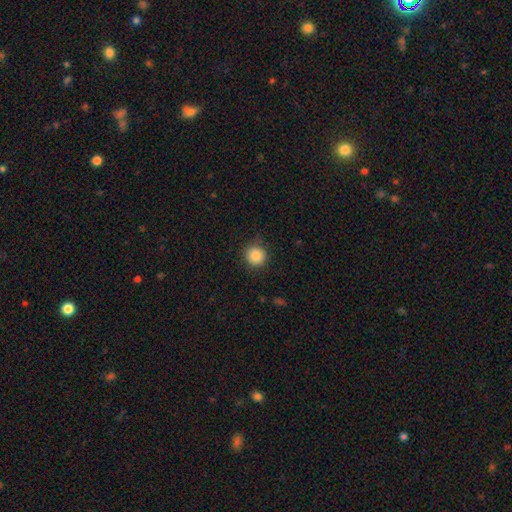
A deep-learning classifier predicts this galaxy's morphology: Smooth or featured? smooth (86%)
How rounded? round (93%)
Merging? none (86%)